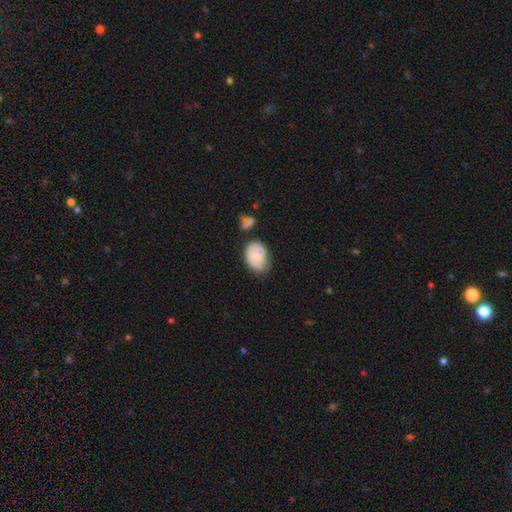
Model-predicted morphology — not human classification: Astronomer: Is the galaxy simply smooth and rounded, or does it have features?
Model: smooth — 67%.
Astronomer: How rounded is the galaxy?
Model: in between — 76%.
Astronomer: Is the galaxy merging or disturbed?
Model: none — 57%.